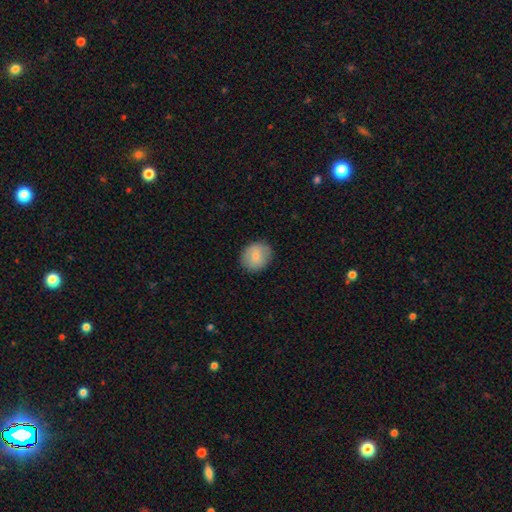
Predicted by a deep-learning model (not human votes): smooth 80%, featured or disk 13%, star or artifact 7%. Down the decision tree: how rounded — round (73%); merging — none (87%).